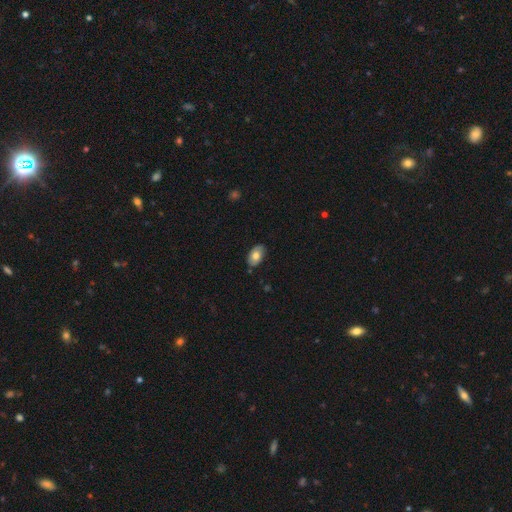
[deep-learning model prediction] Smooth or featured? smooth (72%)
How rounded? in between (91%)
Merging? none (80%)